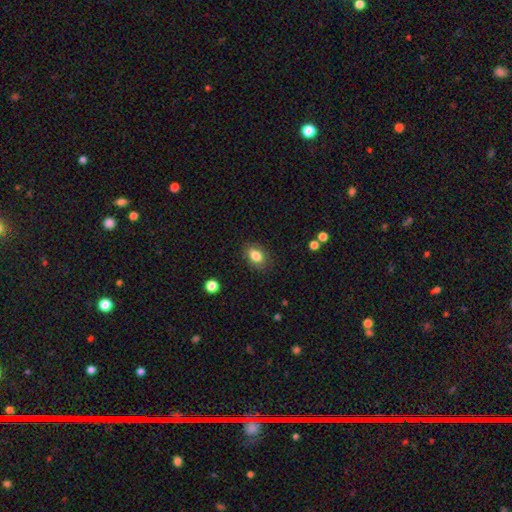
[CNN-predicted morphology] type=smooth (83%); roundness=in between (82%); merging=none (84%).